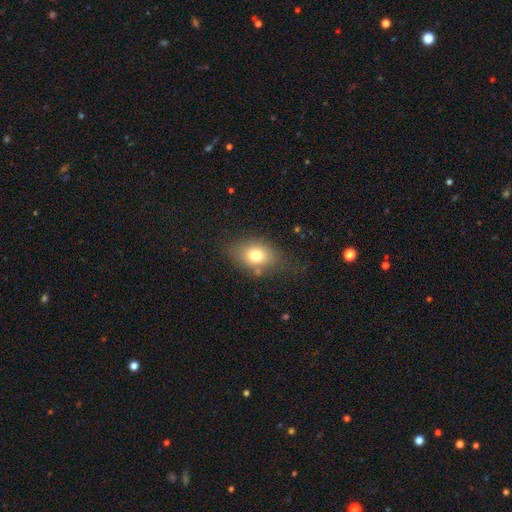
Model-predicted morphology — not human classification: Smooth or featured?
  - smooth: 75% *
  - featured or disk: 15%
  - star or artifact: 11%
How rounded?
  - in between: 71% *
  - round: 28%
  - cigar-shaped: 2%
Merging?
  - none: 69% *
  - minor disturbance: 20%
  - major disturbance: 8%
  - merger: 3%